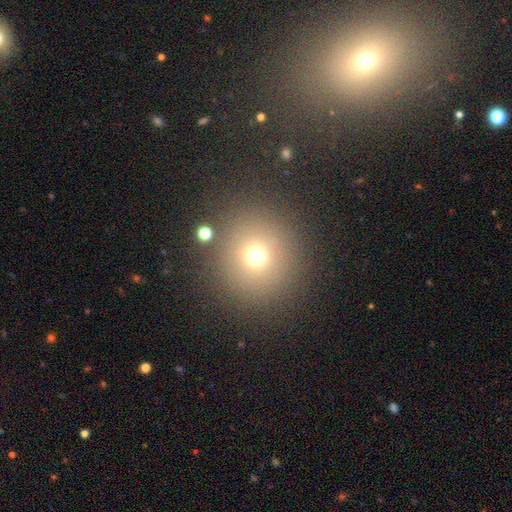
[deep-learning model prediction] Smooth or featured: smooth — 69% (star or artifact — 20%)
How rounded: round — 93% (in between — 6%)
Merging: none — 85% (minor disturbance — 7%)